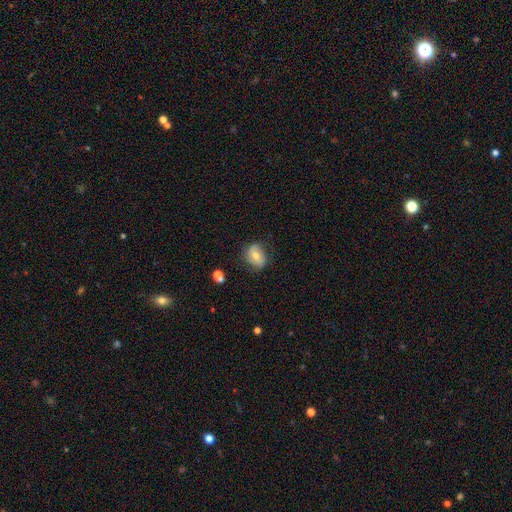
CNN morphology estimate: Smooth or featured: smooth — 56% (featured or disk — 35%)
How rounded: in between — 61% (round — 37%)
Merging: none — 70% (minor disturbance — 22%)